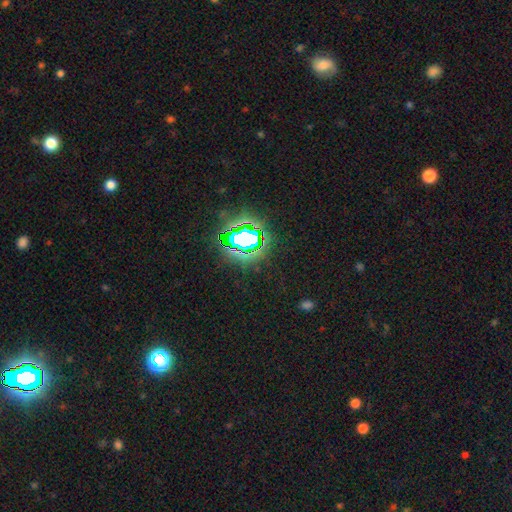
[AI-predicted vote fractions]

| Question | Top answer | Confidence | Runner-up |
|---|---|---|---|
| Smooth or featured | star or artifact | 81% | smooth (13%) |